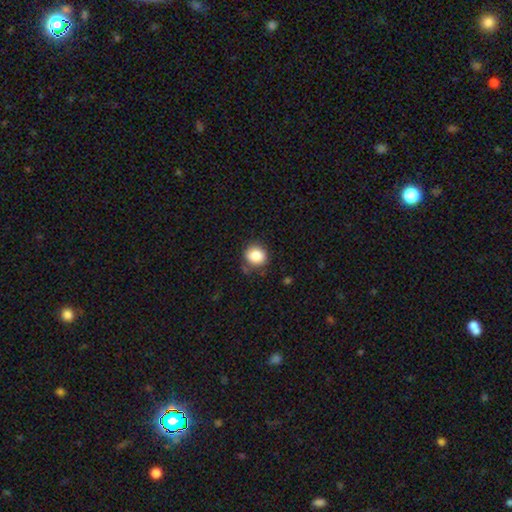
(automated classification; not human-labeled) This is clearly a smooth galaxy (86%). How rounded: clearly round (82%). Merging: likely none (79%).